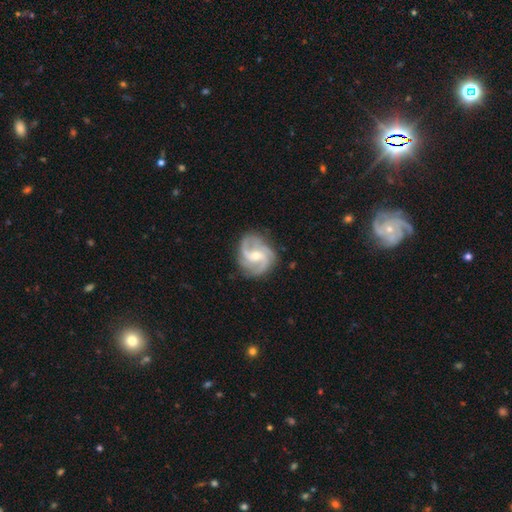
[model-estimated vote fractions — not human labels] Smooth or featured? Predicted: featured or disk (p=0.90). Edge-on disk? Predicted: no (p=0.98). Bar? Predicted: weak (p=0.45). Spiral arms? Predicted: yes (p=0.98). Spiral winding? Predicted: medium (p=0.54). Spiral arm count? Predicted: 3 (p=0.50). Bulge size? Predicted: moderate (p=0.50). Merging? Predicted: none (p=0.79).